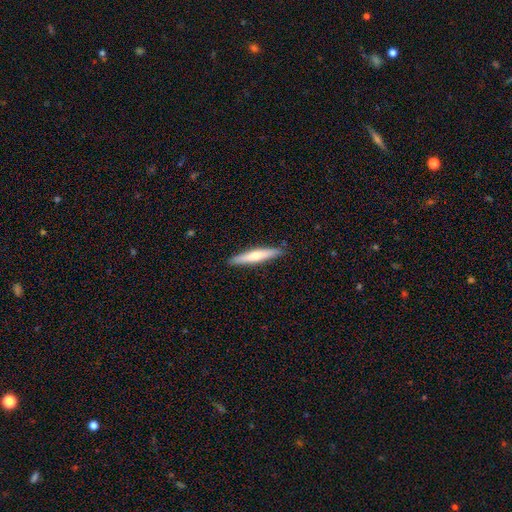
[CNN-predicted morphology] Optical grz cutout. It shows a smooth galaxy with no disk features (56%) that is cigar-shaped (92%). Merging: none (89%).